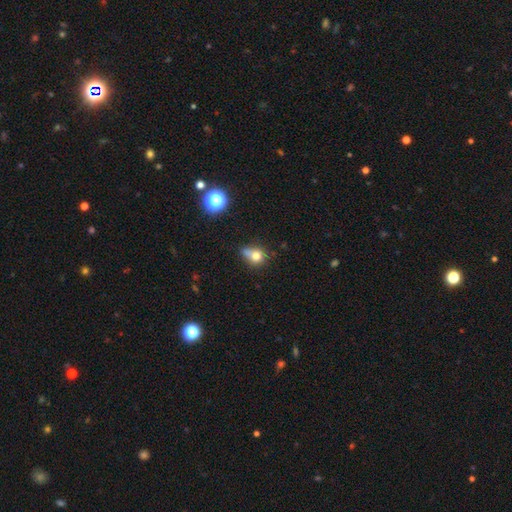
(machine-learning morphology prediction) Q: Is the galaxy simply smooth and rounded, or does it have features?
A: smooth — 74%.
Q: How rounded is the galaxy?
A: round — 69%.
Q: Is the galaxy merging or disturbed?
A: none — 41%.